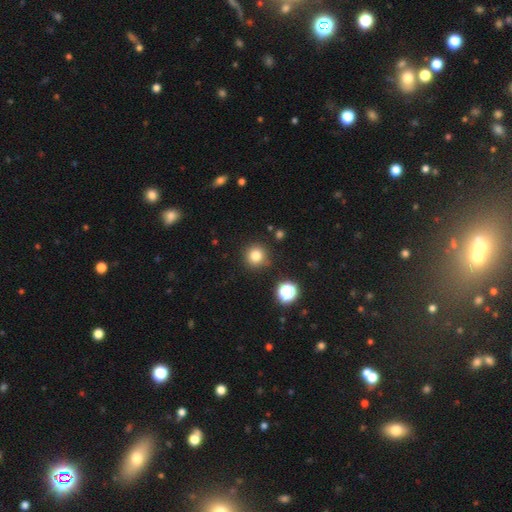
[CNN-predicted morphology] This appears to be a smooth galaxy with no disk features (80%) that is round (93%). Merging: none (86%).